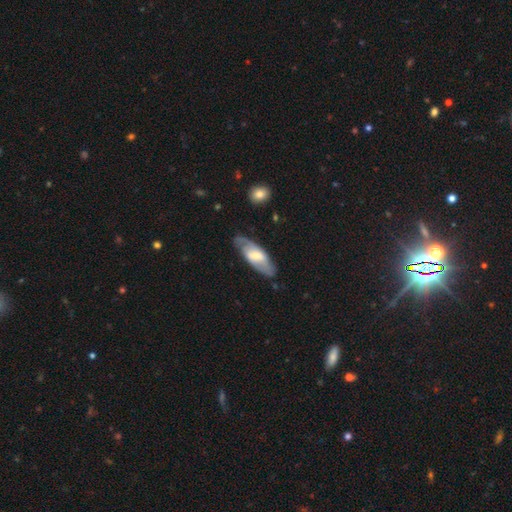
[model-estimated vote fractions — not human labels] Smooth or featured? featured or disk (61%)
Edge-on disk? no (84%)
Bar? weak (47%)
Spiral arms? yes (74%)
Bulge size? moderate (48%)
Merging? none (75%)